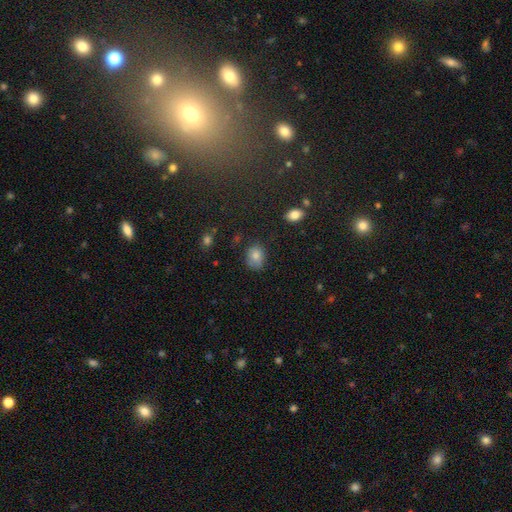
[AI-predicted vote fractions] This appears to be a smooth galaxy with no disk features (81%) that is in between round and cigar-shaped (61%). Merging: none (67%).